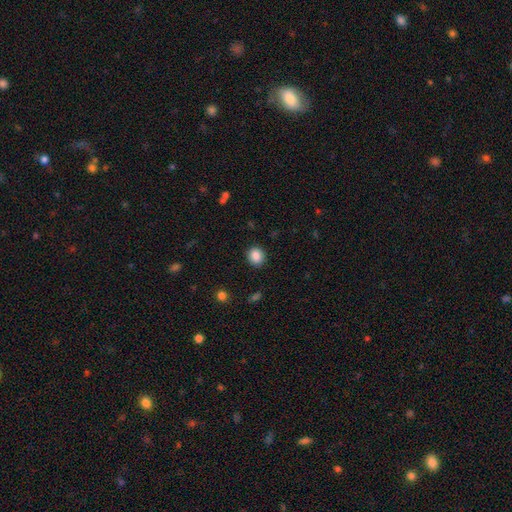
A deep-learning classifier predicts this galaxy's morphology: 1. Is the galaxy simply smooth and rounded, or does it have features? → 87% smooth, 9% star or artifact, 4% featured or disk.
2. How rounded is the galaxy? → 76% round, 23% in between, 1% cigar-shaped.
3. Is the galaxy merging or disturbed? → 90% none, 7% minor disturbance, 2% major disturbance, 1% merger.